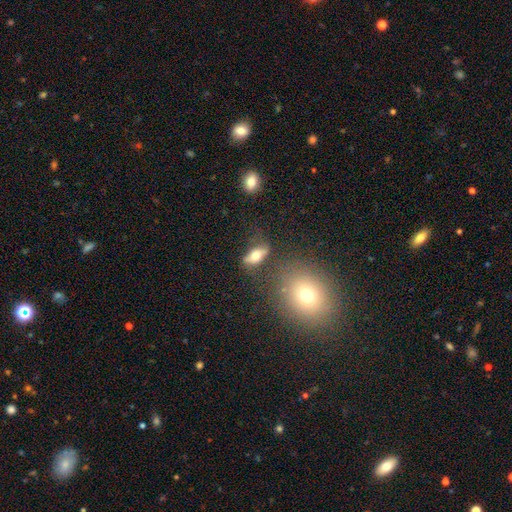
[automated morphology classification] Smooth or featured? Predicted: smooth (p=0.64). How rounded? Predicted: in between (p=0.79). Merging? Predicted: none (p=0.58).